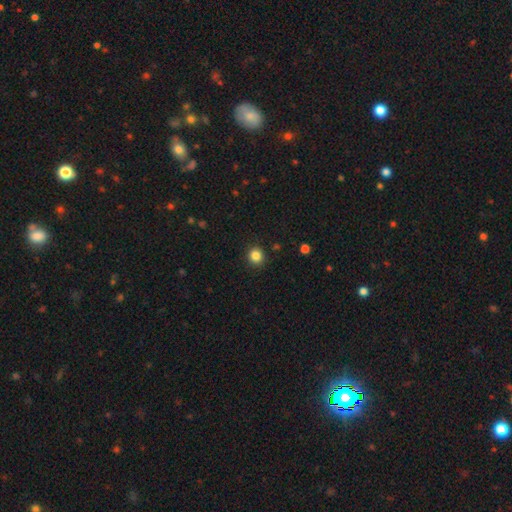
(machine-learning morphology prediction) Overall: smooth (85%). How rounded: round (89%). Merging: none (91%).